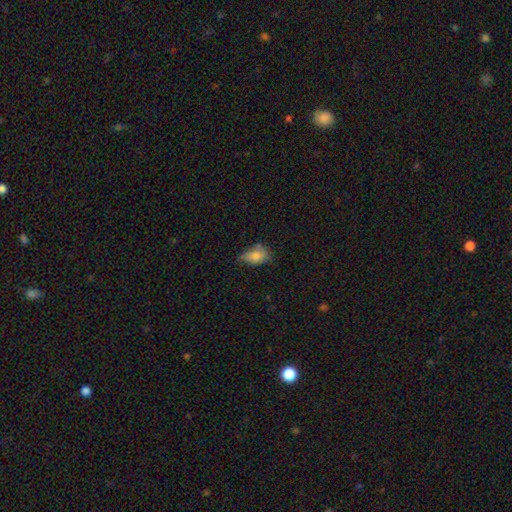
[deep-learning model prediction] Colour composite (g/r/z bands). It shows a smooth galaxy with no disk features (74%) that is in between round and cigar-shaped (86%). Merging: minor disturbance (41%).